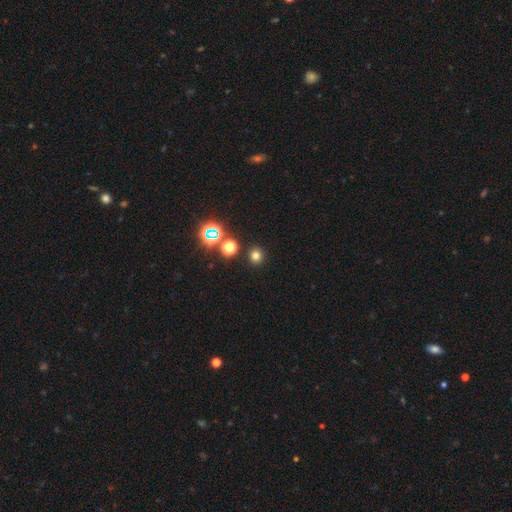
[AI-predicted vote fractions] Morphology: type=smooth (71%); roundness=round (87%); merging=none (88%).